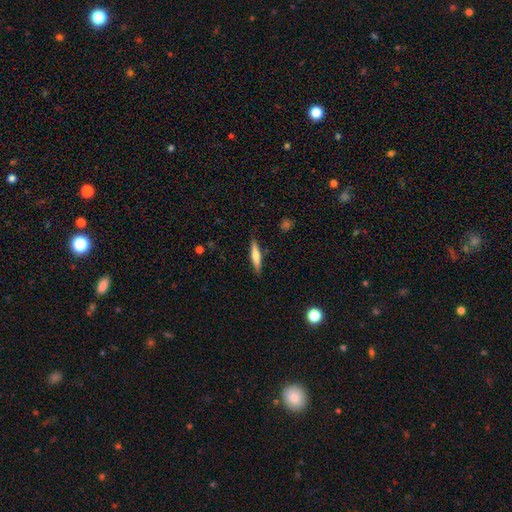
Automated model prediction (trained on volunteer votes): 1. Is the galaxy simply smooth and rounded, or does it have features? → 56% smooth, 38% featured or disk, 6% star or artifact.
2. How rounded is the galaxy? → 85% cigar-shaped, 13% in between, 2% round.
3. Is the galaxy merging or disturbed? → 88% none, 9% minor disturbance, 2% major disturbance, 1% merger.